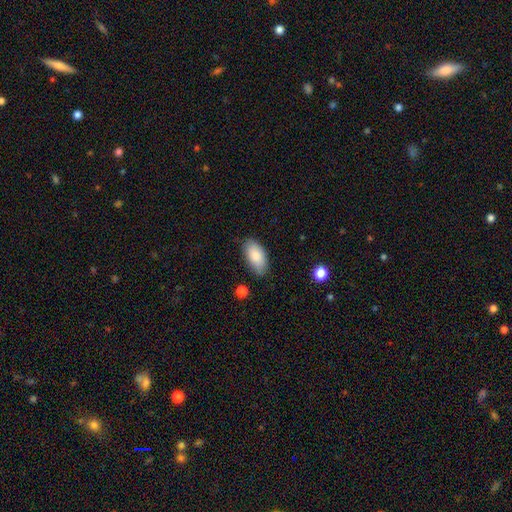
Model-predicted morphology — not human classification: Overall: smooth (85%). How rounded: in between (94%). Merging: none (80%).